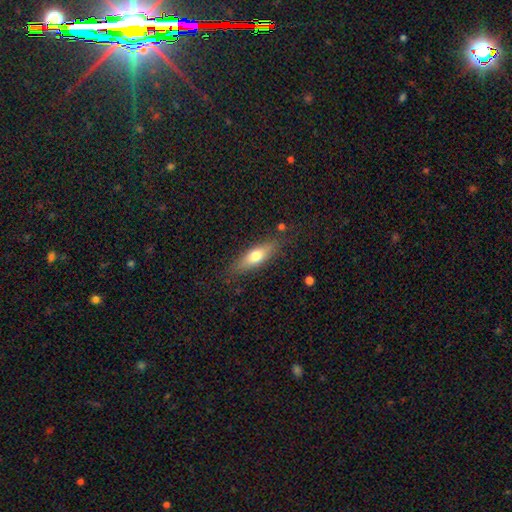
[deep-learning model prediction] Overall: smooth (65%; featured or disk 29%). How rounded: in between (51%; cigar-shaped 46%). Merging: none (81%).